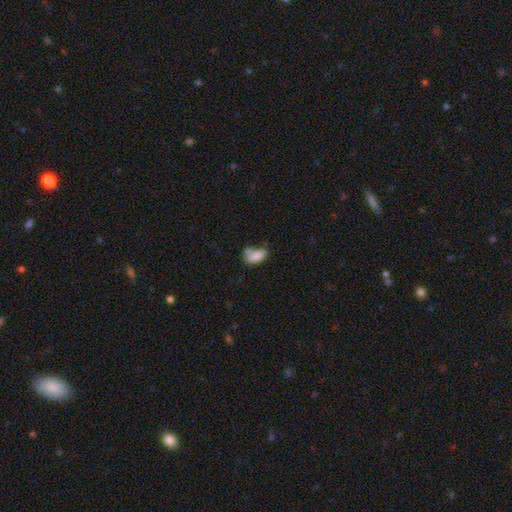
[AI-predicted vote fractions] This is likely a smooth galaxy (80%). How rounded: clearly in between (90%). Merging: marginally none (36%).